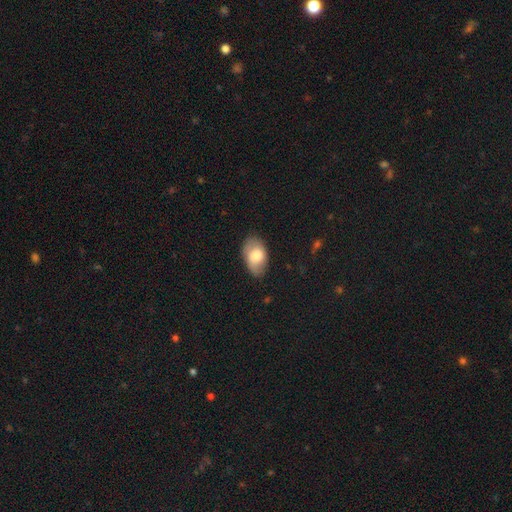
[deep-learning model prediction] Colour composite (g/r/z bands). It shows a smooth galaxy with no disk features (72%) that is in between round and cigar-shaped (92%). Merging: none (74%).